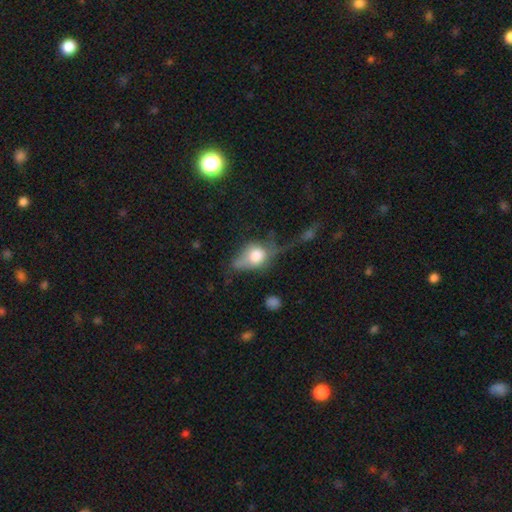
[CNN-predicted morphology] smooth_or_featured: smooth (p=0.62) [alt: featured or disk p=0.28]
how_rounded: in between (p=0.67) [alt: round p=0.29]
merging: major disturbance (p=0.42) [alt: minor disturbance p=0.24]